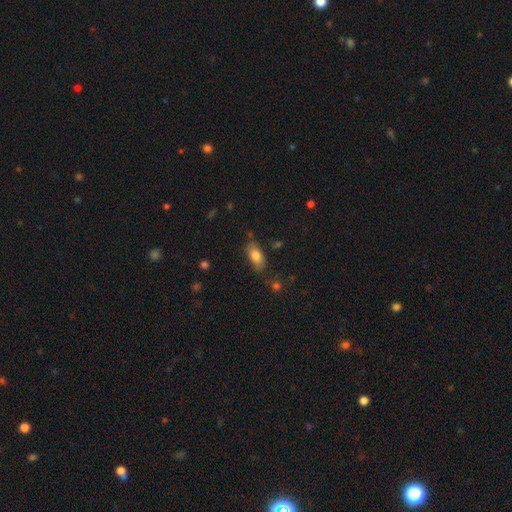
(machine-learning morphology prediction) smooth_or_featured: smooth (p=0.80) [alt: featured or disk p=0.13]
how_rounded: in between (p=0.88) [alt: cigar-shaped p=0.08]
merging: none (p=0.74) [alt: minor disturbance p=0.19]